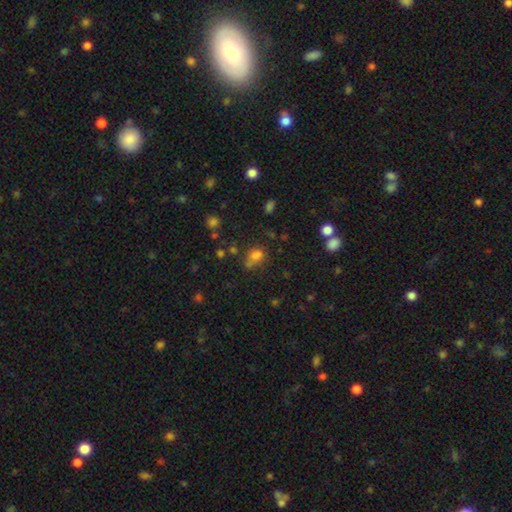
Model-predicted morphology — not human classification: Overall: smooth (71%). How rounded: in between (59%; round 39%). Merging: none (46%; merger 24%).